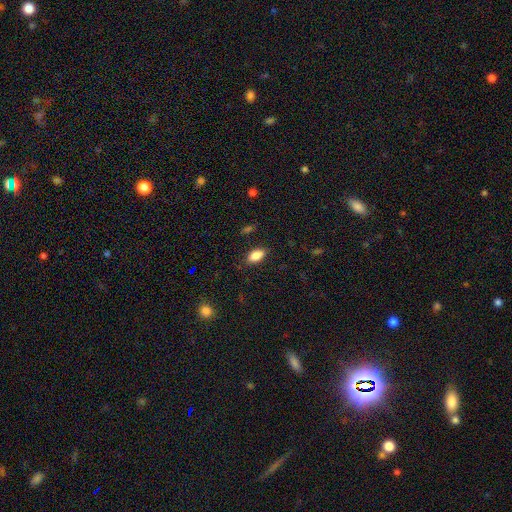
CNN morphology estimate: smooth_or_featured: smooth (p=0.84) [alt: star or artifact p=0.08]
how_rounded: in between (p=0.90) [alt: cigar-shaped p=0.06]
merging: none (p=0.85) [alt: minor disturbance p=0.11]